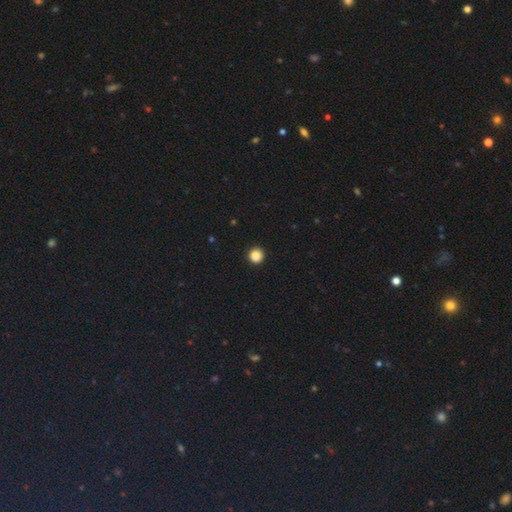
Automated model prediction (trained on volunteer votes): Smooth or featured: smooth — 88% (star or artifact — 10%)
How rounded: round — 95% (in between — 4%)
Merging: none — 93% (minor disturbance — 4%)